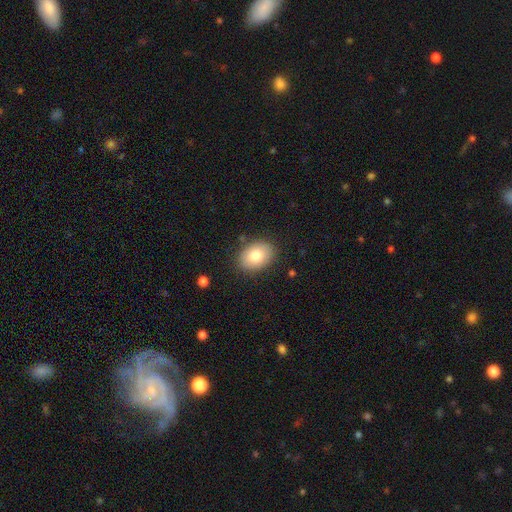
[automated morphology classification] The model was most divided on "how rounded": in between: 73%, round: 26%, cigar-shaped: 1%. More confident: merging — none (86%); smooth or featured — smooth (79%).